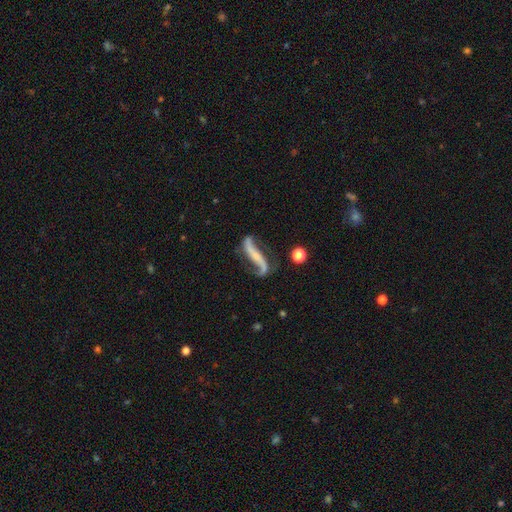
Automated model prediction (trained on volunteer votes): Smooth or featured? featured or disk (85%)
Edge-on disk? no (82%)
Bar? strong (45%)
Spiral arms? yes (94%)
Spiral winding? loose (83%)
Spiral arm count? 2 (91%)
Bulge size? small (63%)
Merging? none (66%)